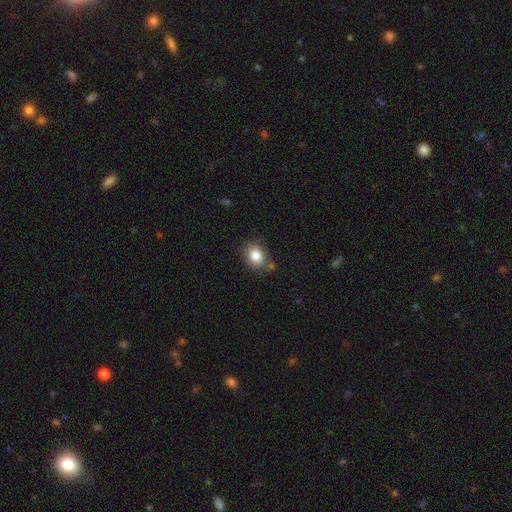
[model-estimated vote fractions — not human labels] Smooth or featured: smooth — 83% (star or artifact — 10%)
How rounded: round — 54% (in between — 45%)
Merging: none — 75% (minor disturbance — 15%)